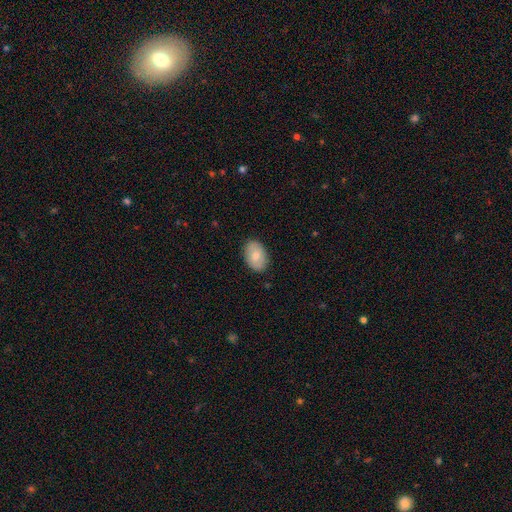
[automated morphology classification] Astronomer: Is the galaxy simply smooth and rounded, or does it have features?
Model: smooth — 79%.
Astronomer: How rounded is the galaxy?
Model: in between — 88%.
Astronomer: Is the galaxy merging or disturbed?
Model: none — 87%.